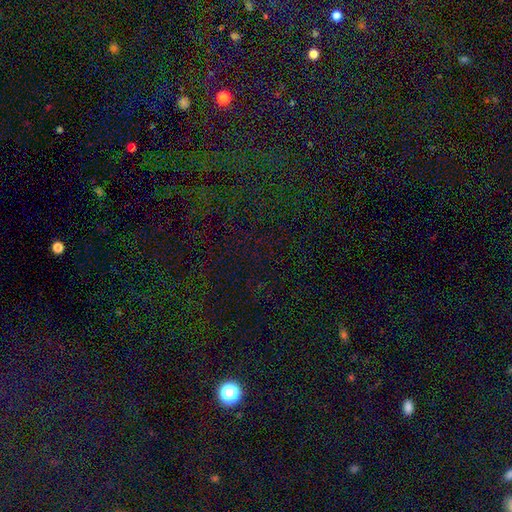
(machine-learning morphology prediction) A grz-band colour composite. It shows a star or artifact, not a galaxy (78%).